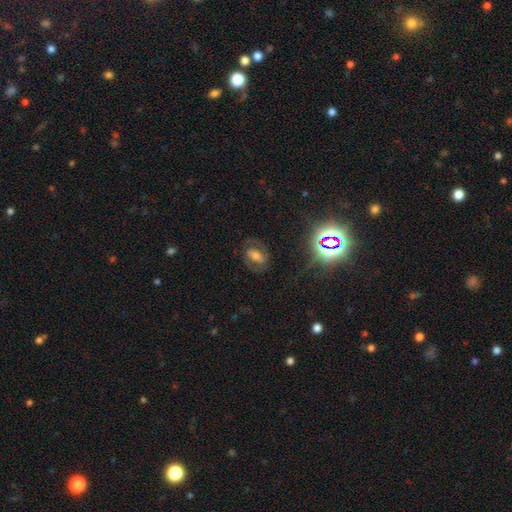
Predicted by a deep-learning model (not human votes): Smooth or featured?
  - featured or disk: 63% *
  - smooth: 21%
  - star or artifact: 15%
Edge-on disk?
  - no: 95% *
  - yes: 5%
Bar?
  - strong: 39% *
  - weak: 34%
  - no: 26%
Spiral arms?
  - yes: 83% *
  - no: 17%
Bulge size?
  - moderate: 52% *
  - small: 25%
  - large: 16%
  - none: 4%
  - dominant: 3%
Merging?
  - none: 75% *
  - minor disturbance: 14%
  - major disturbance: 10%
  - merger: 2%